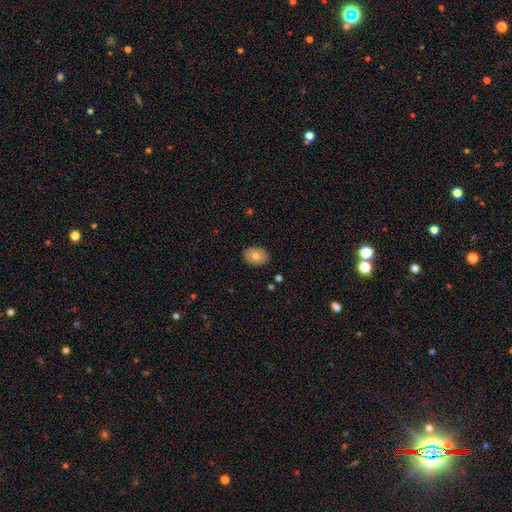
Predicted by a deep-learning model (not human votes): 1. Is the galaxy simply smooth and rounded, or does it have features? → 76% smooth, 16% featured or disk, 8% star or artifact.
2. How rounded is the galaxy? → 74% in between, 25% round, 1% cigar-shaped.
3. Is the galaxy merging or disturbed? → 86% none, 11% minor disturbance, 2% major disturbance, 1% merger.